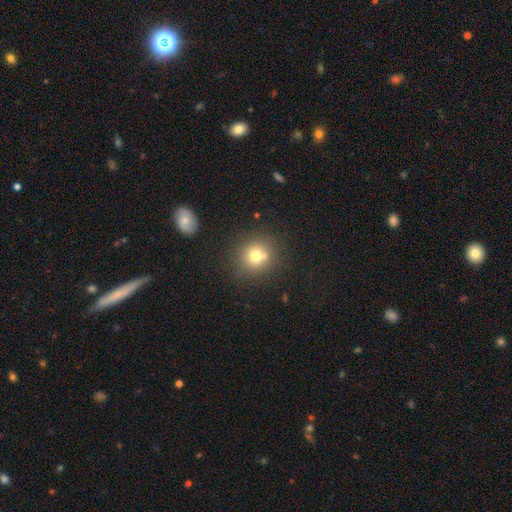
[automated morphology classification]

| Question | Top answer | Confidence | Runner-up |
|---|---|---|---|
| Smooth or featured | smooth | 72% | star or artifact (14%) |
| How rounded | round | 86% | in between (13%) |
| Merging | none | 69% | merger (17%) |